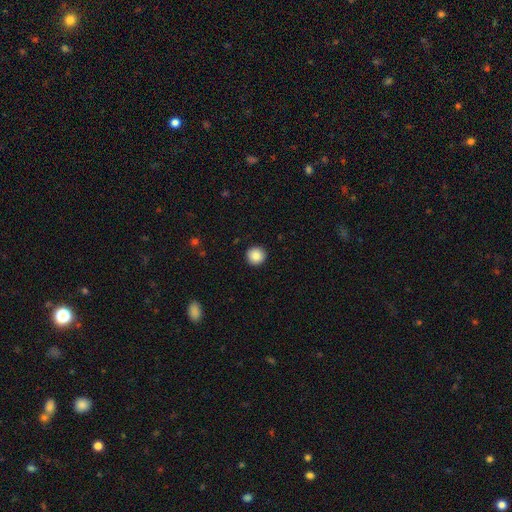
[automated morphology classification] Smooth or featured? smooth (88%)
How rounded? round (95%)
Merging? none (93%)